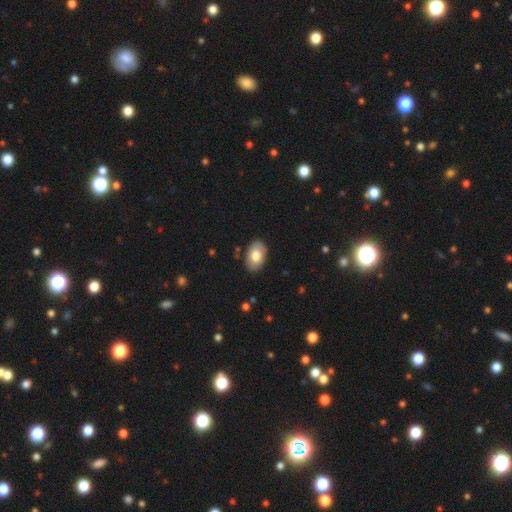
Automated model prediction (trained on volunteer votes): Smooth or featured: smooth — 74% (featured or disk — 19%)
How rounded: in between — 90% (round — 9%)
Merging: none — 85% (minor disturbance — 11%)